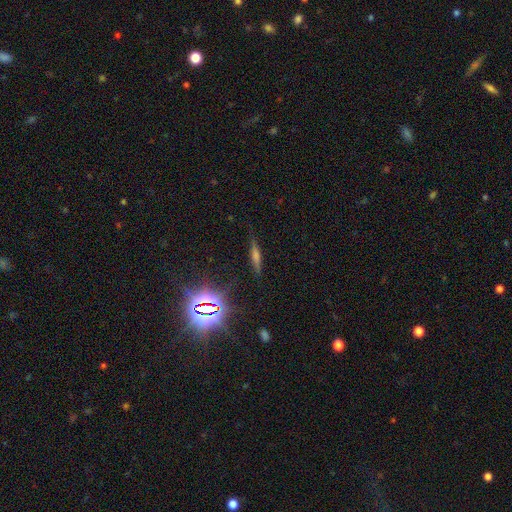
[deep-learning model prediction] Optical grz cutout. It shows a featured or disk galaxy (38%). Merging: none (83%).